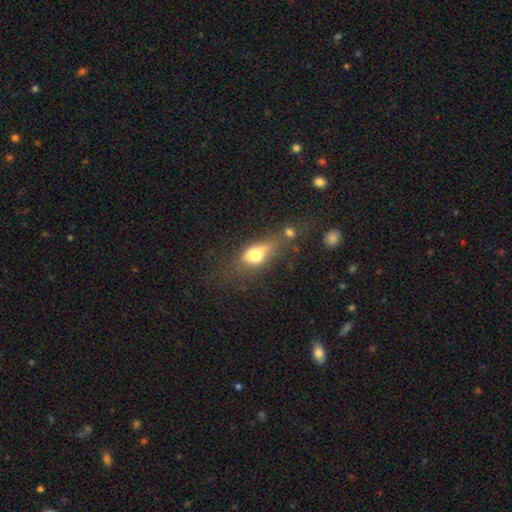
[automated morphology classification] Smooth or featured?
  - smooth: 60% *
  - featured or disk: 29%
  - star or artifact: 12%
How rounded?
  - in between: 70% *
  - round: 17%
  - cigar-shaped: 13%
Merging?
  - none: 35% *
  - minor disturbance: 24%
  - major disturbance: 21%
  - merger: 20%